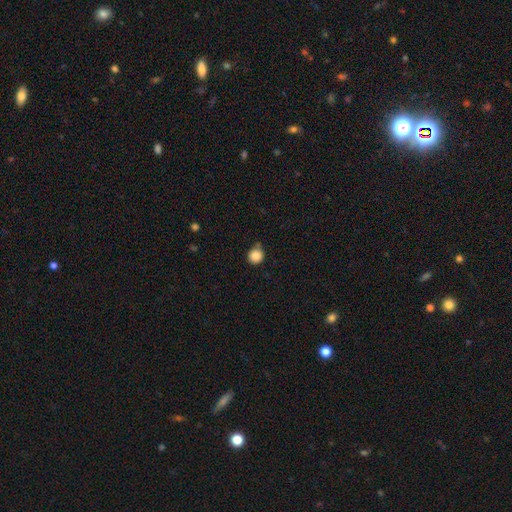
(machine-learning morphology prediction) Smooth or featured: smooth — 87% (star or artifact — 10%)
How rounded: round — 92% (in between — 7%)
Merging: none — 74% (minor disturbance — 16%)